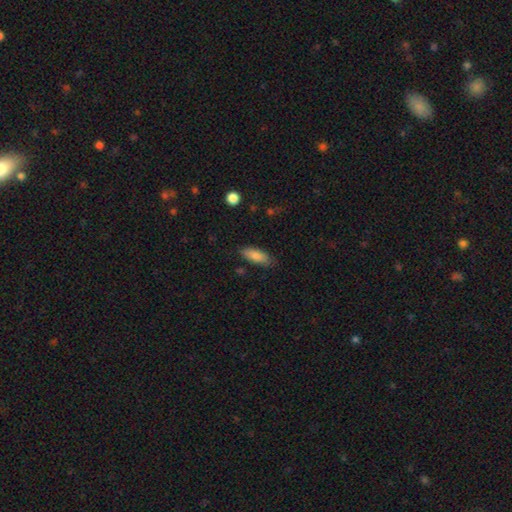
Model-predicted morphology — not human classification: smooth-or-featured: smooth: 84% | featured or disk: 9% | star or artifact: 7%
  how-rounded: in between: 71% | cigar-shaped: 27% | round: 2%
  merging: none: 80% | minor disturbance: 15% | major disturbance: 3% | merger: 2%